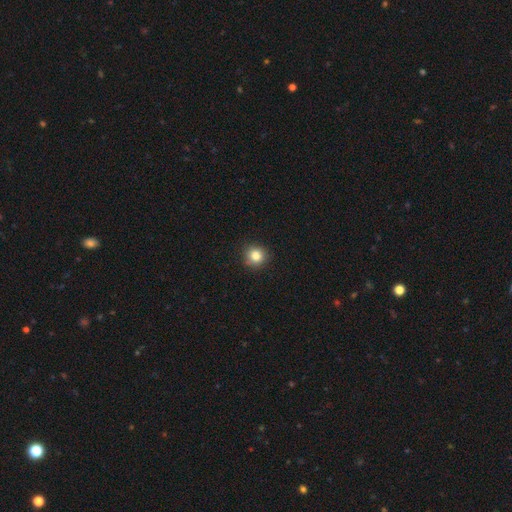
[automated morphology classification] smooth 83%, star or artifact 11%, featured or disk 6%. Down the decision tree: how rounded — round (92%); merging — none (90%).